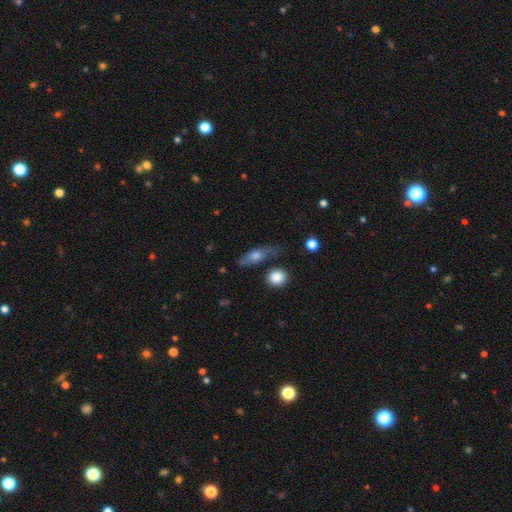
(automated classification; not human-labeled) This appears to be a smooth galaxy with no disk features (52%) that is in between round and cigar-shaped (49%). Merging: none (59%).